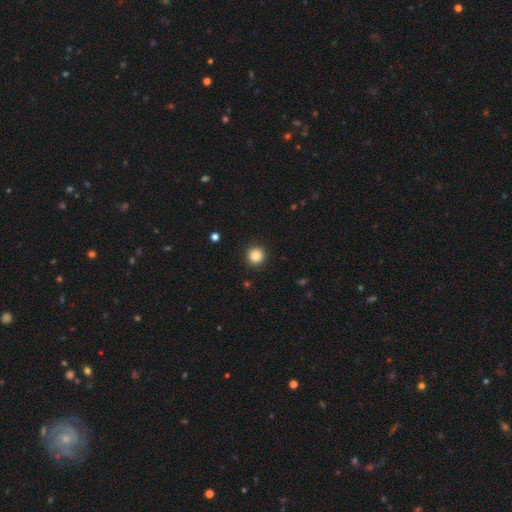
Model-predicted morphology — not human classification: The model was most divided on "smooth or featured": smooth: 86%, star or artifact: 10%, featured or disk: 4%. More confident: how rounded — round (95%); merging — none (92%).